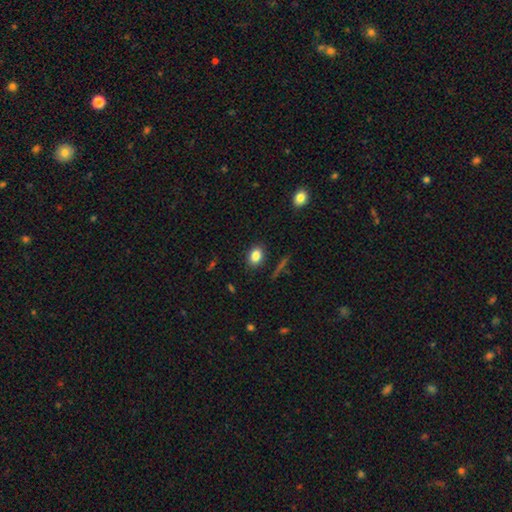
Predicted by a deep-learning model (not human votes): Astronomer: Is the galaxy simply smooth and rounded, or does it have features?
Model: smooth — 84%.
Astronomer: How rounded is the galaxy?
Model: in between — 70%.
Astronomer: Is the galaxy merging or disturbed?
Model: none — 87%.